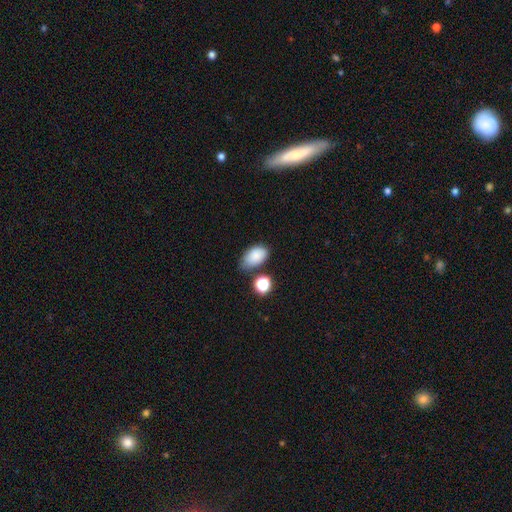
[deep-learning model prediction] This is clearly a smooth galaxy (84%). How rounded: clearly in between (89%). Merging: possibly none (55%).